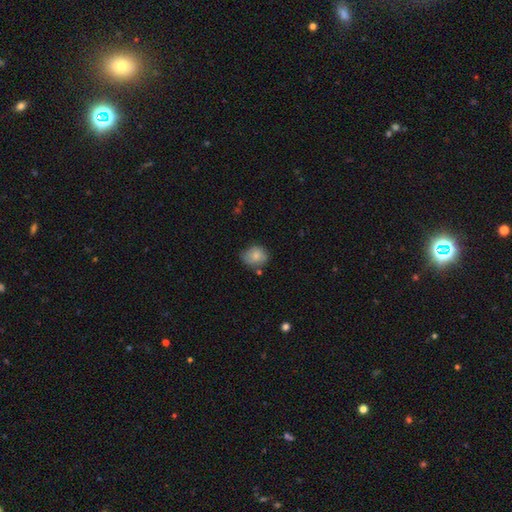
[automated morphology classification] Smooth or featured? Predicted: smooth (p=0.78). How rounded? Predicted: round (p=0.55). Merging? Predicted: none (p=0.61).